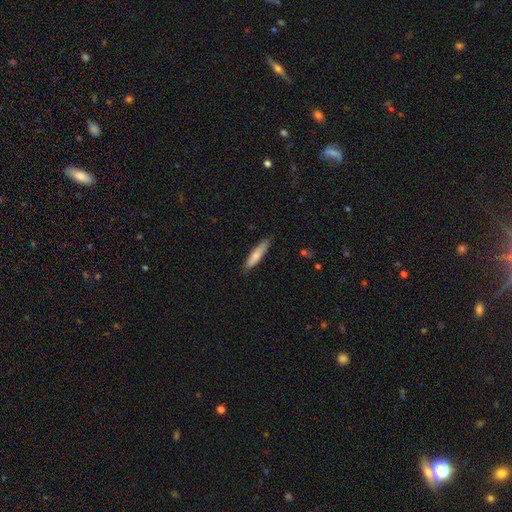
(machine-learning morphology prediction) Smooth or featured? smooth (75%)
How rounded? cigar-shaped (82%)
Merging? none (83%)